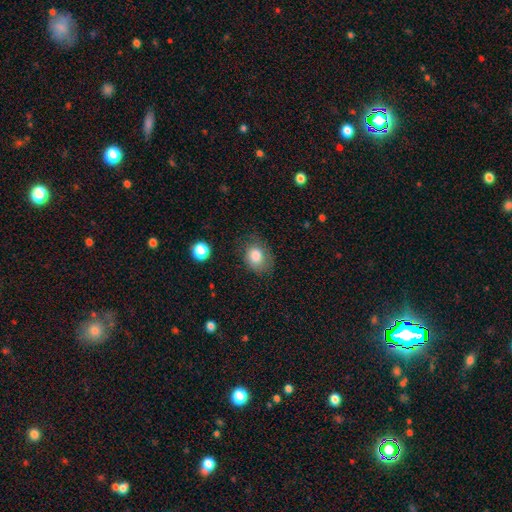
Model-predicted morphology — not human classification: smooth_or_featured: smooth (p=0.81) [alt: featured or disk p=0.10]
how_rounded: in between (p=0.50) [alt: round p=0.49]
merging: none (p=0.61) [alt: minor disturbance p=0.25]